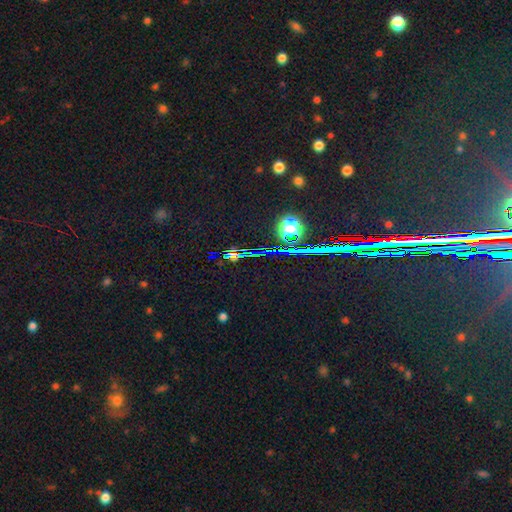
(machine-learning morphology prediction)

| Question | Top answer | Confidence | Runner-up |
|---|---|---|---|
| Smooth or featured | star or artifact | 78% | smooth (13%) |